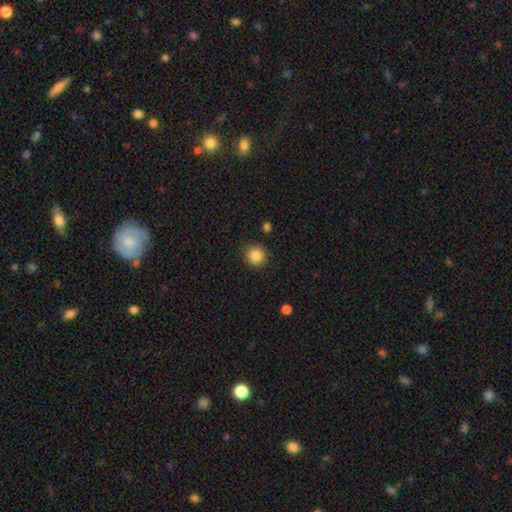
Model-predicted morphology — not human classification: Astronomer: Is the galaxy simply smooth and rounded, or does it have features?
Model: smooth — 86%.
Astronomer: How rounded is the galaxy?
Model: round — 93%.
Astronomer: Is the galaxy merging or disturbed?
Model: none — 88%.